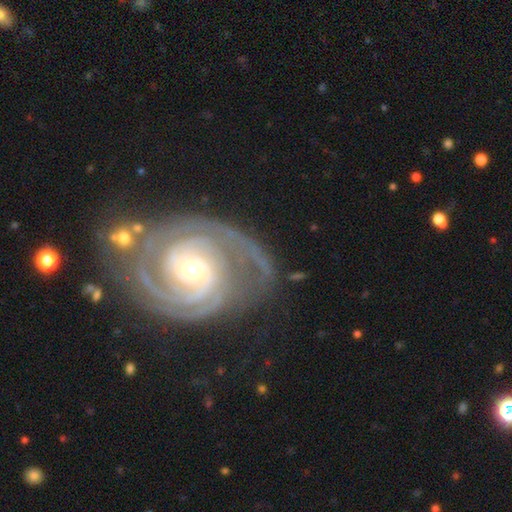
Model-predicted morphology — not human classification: A featured or disk galaxy (92%) with no bar (60%), 2 (58%) tight (71%) spiral arms (98%) and a small central bulge (57%).

Vote fractions:
- Smooth or featured? featured or disk: 92% / star or artifact: 5% / smooth: 3%
- Edge-on disk? no: 98% / yes: 2%
- Bar? no: 60% / weak: 27% / strong: 13%
- Spiral arms? yes: 98% / no: 2%
- Spiral winding? tight: 71% / medium: 26% / loose: 4%
- Spiral arm count? 2: 58% / 3: 17% / can't tell: 10% / 4: 6% / more than 4: 5% / 1: 4%
- Bulge size? small: 57% / moderate: 39% / large: 2% / none: 1% / dominant: 1%
- Merging? none: 67% / minor disturbance: 18% / major disturbance: 10% / merger: 6%